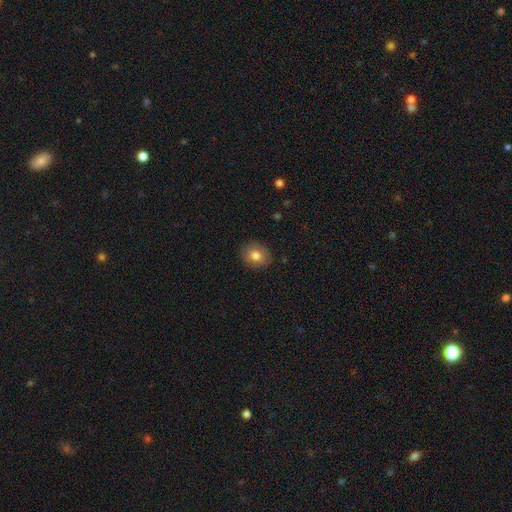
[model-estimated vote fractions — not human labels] Q: Smooth or featured?
A: smooth (79%); runner-up: featured or disk (12%)
Q: How rounded?
A: round (70%); runner-up: in between (29%)
Q: Merging?
A: none (88%); runner-up: minor disturbance (9%)